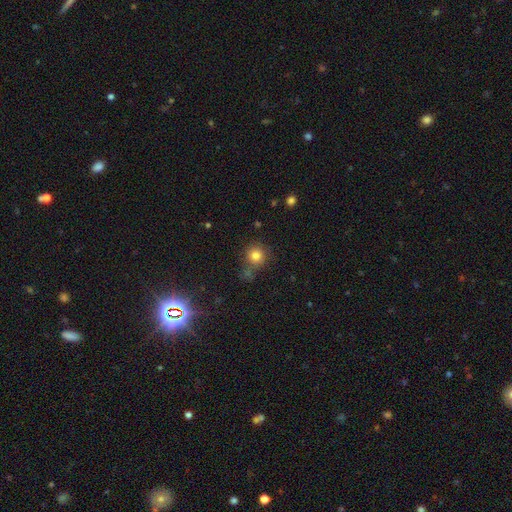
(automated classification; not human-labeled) smooth 80%, star or artifact 13%, featured or disk 7%. Down the decision tree: how rounded — round (91%); merging — none (71%).